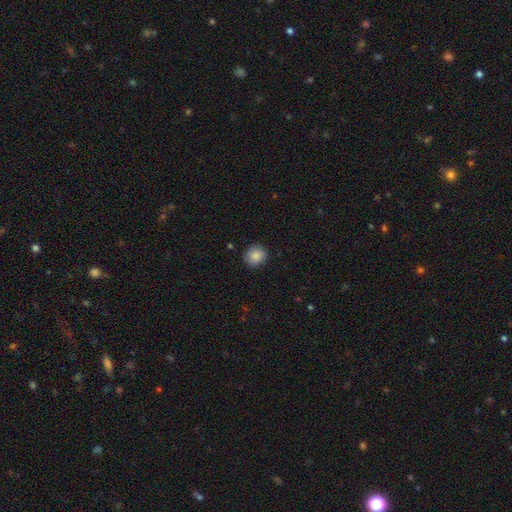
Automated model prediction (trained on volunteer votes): This is clearly a smooth galaxy (87%). How rounded: clearly round (81%). Merging: clearly none (87%).